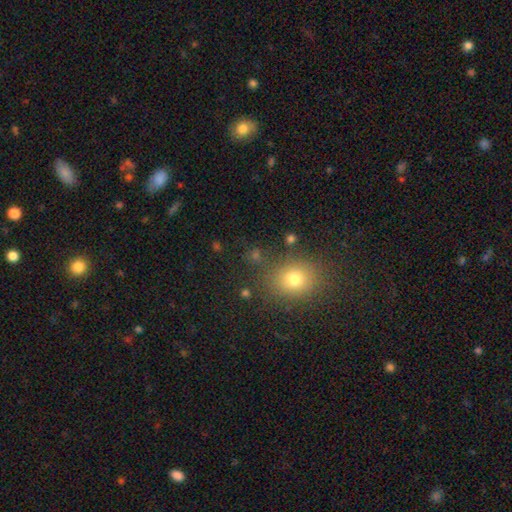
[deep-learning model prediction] Smooth or featured? smooth (66%)
How rounded? round (67%)
Merging? none (81%)